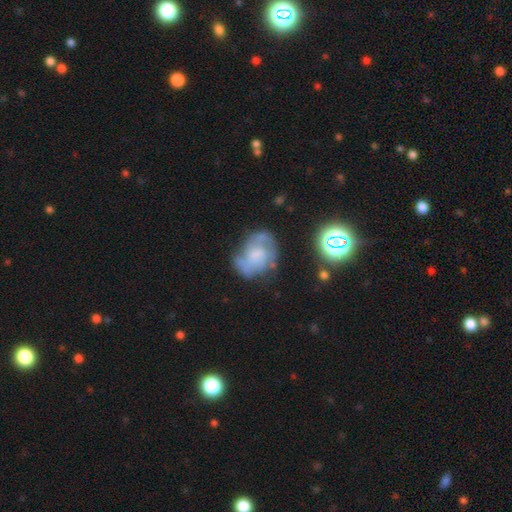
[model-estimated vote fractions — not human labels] featured or disk 64%, smooth 26%, star or artifact 10%. Down the decision tree: edge-on disk — no (97%); bar — no (66%); spiral arms — yes (75%); bulge size — none (42%); merging — none (54%).